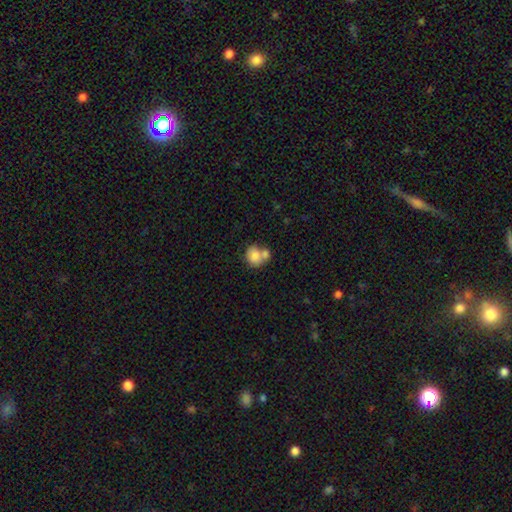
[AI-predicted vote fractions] Smooth or featured?
  - smooth: 80% *
  - featured or disk: 13%
  - star or artifact: 8%
How rounded?
  - round: 72% *
  - in between: 27%
  - cigar-shaped: 1%
Merging?
  - merger: 50% *
  - none: 35%
  - minor disturbance: 11%
  - major disturbance: 5%